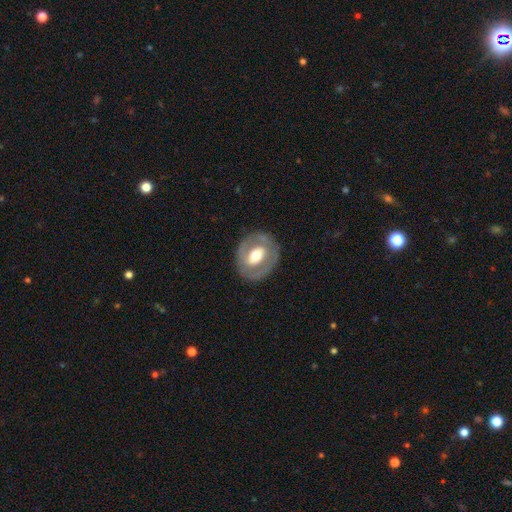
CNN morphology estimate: This is likely a featured or disk galaxy (61%). It is clearly not viewed edge-on (94%). Bar: marginally no (38%). Spiral arm pattern: likely no (68%). Central bulge: likely moderate (61%). Merging: clearly none (81%).